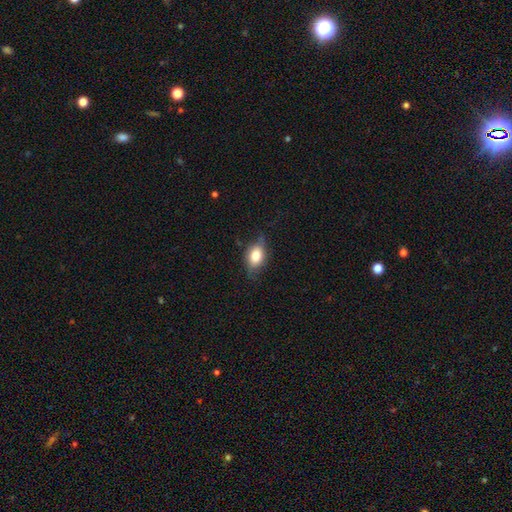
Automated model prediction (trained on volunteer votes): Smooth or featured? smooth (71%)
How rounded? in between (80%)
Merging? none (65%)